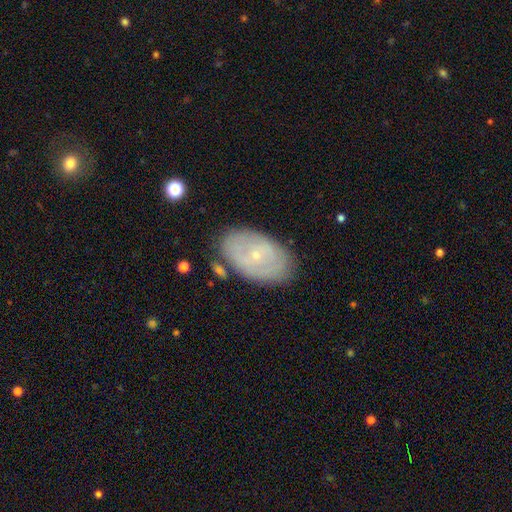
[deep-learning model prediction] featured or disk 58%, smooth 34%, star or artifact 7%. Down the decision tree: edge-on disk — no (93%); bar — no (76%); spiral arms — no (53%); bulge size — small (84%); merging — none (77%).